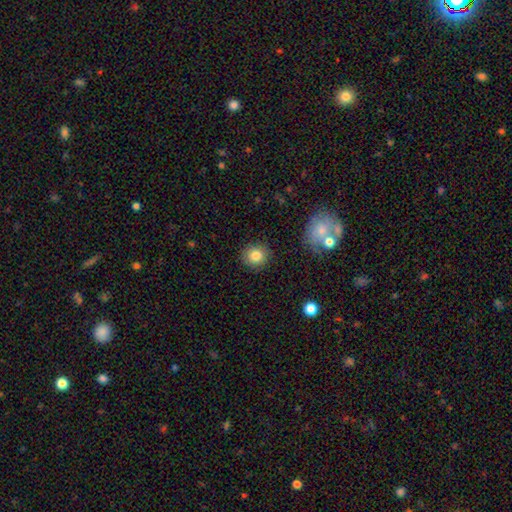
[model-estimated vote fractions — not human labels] Smooth or featured? Predicted: smooth (p=0.83). How rounded? Predicted: round (p=0.86). Merging? Predicted: none (p=0.88).